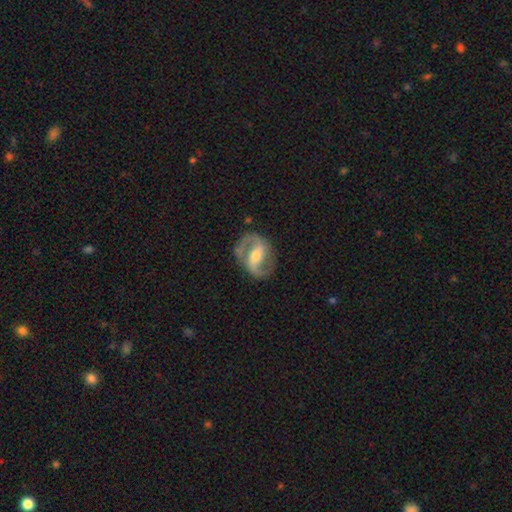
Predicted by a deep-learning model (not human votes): smooth_or_featured: featured or disk (p=0.89) [alt: smooth p=0.07]
disk_edge_on: no (p=0.97) [alt: yes p=0.03]
bar: strong (p=0.43) [alt: weak p=0.38]
has_spiral_arms: yes (p=0.96) [alt: no p=0.04]
spiral_winding: medium (p=0.58) [alt: tight p=0.22]
spiral_arm_count: 2 (p=0.93) [alt: can't tell p=0.02]
bulge_size: moderate (p=0.56) [alt: small p=0.33]
merging: none (p=0.81) [alt: minor disturbance p=0.12]